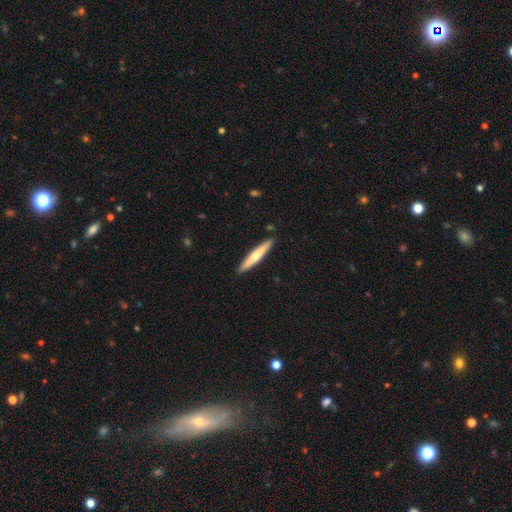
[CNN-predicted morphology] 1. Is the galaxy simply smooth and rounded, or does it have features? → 60% smooth, 35% featured or disk, 5% star or artifact.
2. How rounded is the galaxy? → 93% cigar-shaped, 5% in between, 1% round.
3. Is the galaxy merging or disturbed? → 90% none, 7% minor disturbance, 1% major disturbance, 1% merger.